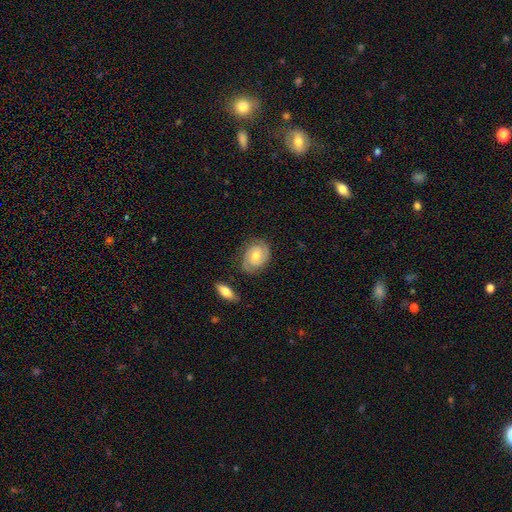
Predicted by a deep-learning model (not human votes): A featured or disk galaxy (62%) with no bar (58%), 2 (70%) tight (58%) spiral arms (89%) and a moderate central bulge (68%).

Vote fractions:
- Smooth or featured? featured or disk: 62% / smooth: 30% / star or artifact: 7%
- Edge-on disk? no: 96% / yes: 4%
- Bar? no: 58% / weak: 35% / strong: 7%
- Spiral arms? yes: 89% / no: 11%
- Spiral winding? tight: 58% / medium: 32% / loose: 9%
- Spiral arm count? 2: 70% / can't tell: 18% / 3: 6% / 1: 3% / 4: 2% / more than 4: 2%
- Bulge size? moderate: 68% / small: 25% / large: 5% / none: 1% / dominant: 1%
- Merging? none: 76% / minor disturbance: 17% / major disturbance: 5% / merger: 2%